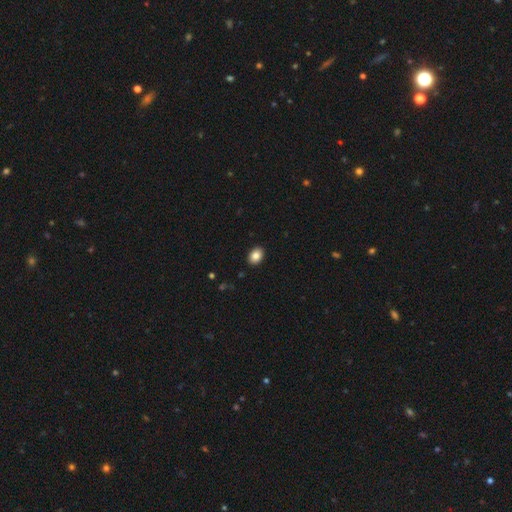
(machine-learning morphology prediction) This appears to be a smooth galaxy with no disk features (85%) that is in between round and cigar-shaped (74%). Merging: none (91%).